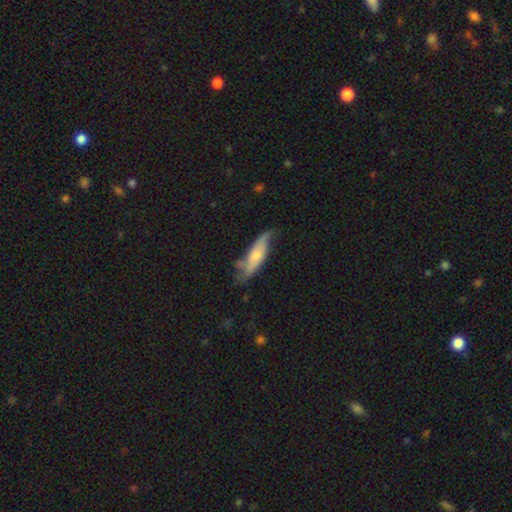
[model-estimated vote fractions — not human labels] smooth 49%, featured or disk 46%, star or artifact 6%. Down the decision tree: merging — none (47%).